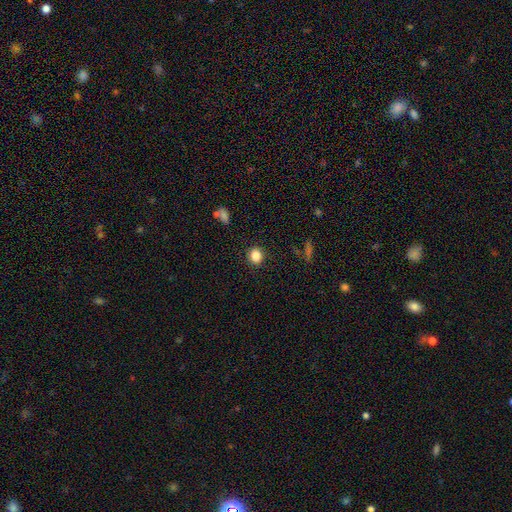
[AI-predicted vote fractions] Smooth or featured: smooth — 85% (star or artifact — 10%)
How rounded: round — 76% (in between — 23%)
Merging: none — 89% (minor disturbance — 7%)